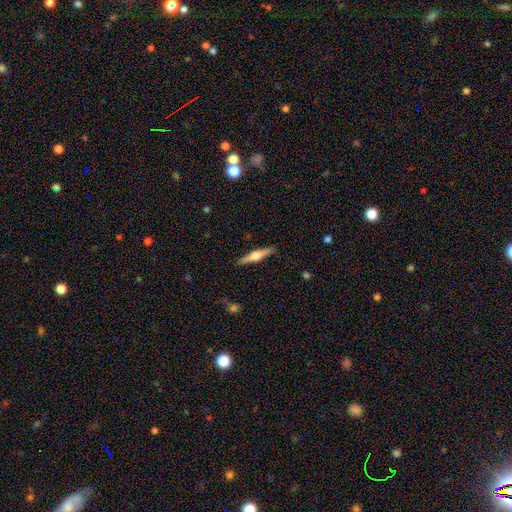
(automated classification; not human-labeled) A featured or disk galaxy (66%) viewed edge-on (98%) with a rounded central bulge (90%). Merging: none (90%).